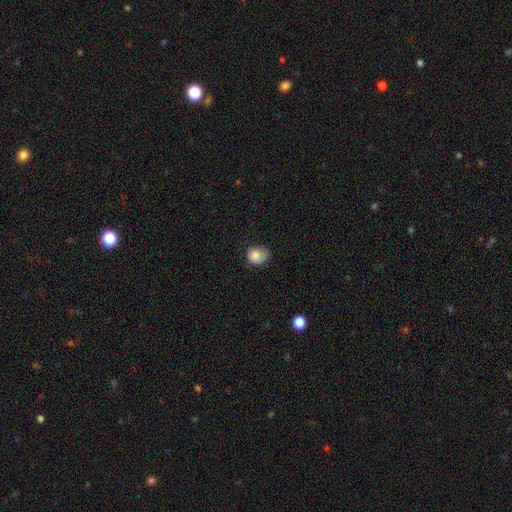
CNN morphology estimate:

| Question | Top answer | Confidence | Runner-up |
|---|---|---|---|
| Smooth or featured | smooth | 83% | star or artifact (9%) |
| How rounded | round | 69% | in between (30%) |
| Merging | none | 59% | minor disturbance (31%) |